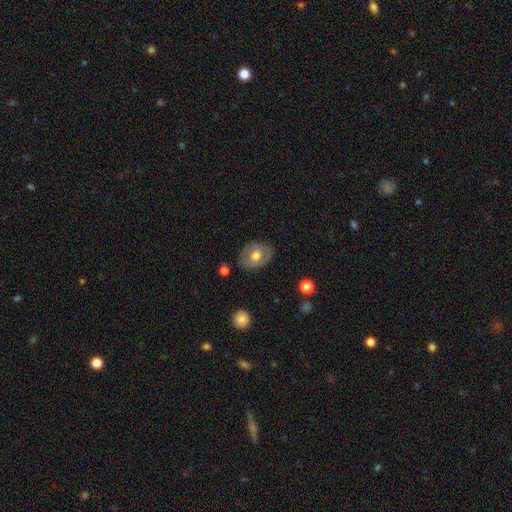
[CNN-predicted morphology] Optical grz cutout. It shows a smooth galaxy with no disk features (57%) that is in between round and cigar-shaped (62%). Merging: none (80%).